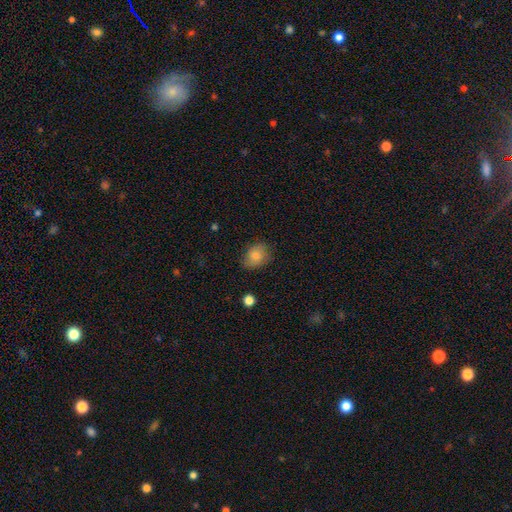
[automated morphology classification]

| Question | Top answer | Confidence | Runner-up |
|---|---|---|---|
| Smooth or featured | smooth | 83% | featured or disk (9%) |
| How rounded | in between | 52% | round (47%) |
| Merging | none | 74% | minor disturbance (20%) |